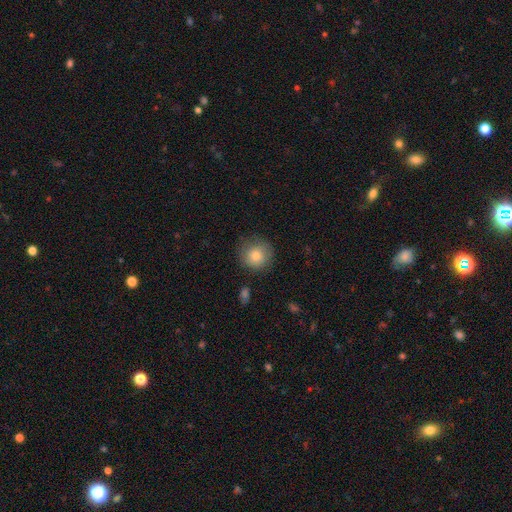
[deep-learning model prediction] smooth_or_featured: smooth (p=0.80) [alt: featured or disk p=0.11]
how_rounded: round (p=0.93) [alt: in between p=0.06]
merging: none (p=0.83) [alt: minor disturbance p=0.12]